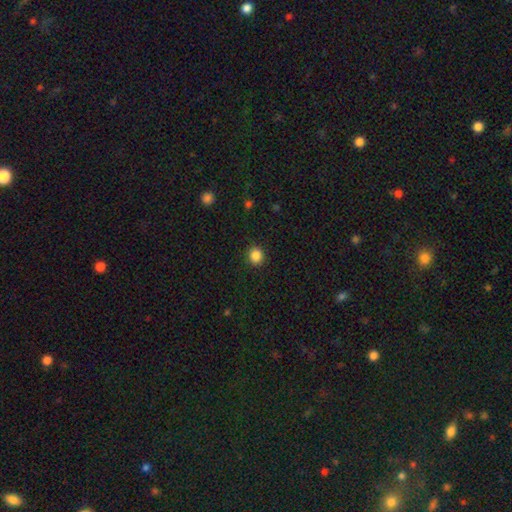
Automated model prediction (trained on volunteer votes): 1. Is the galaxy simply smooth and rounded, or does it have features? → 86% smooth, 10% star or artifact, 3% featured or disk.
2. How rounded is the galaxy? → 84% round, 15% in between, 1% cigar-shaped.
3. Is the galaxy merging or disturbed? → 91% none, 6% minor disturbance, 2% major disturbance, 1% merger.